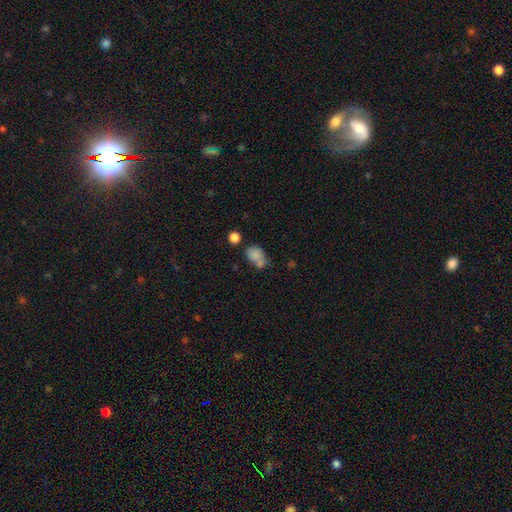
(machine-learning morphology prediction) smooth-or-featured: smooth: 79% | featured or disk: 11% | star or artifact: 11%
  how-rounded: in between: 60% | round: 39% | cigar-shaped: 2%
  merging: merger: 39% | none: 37% | minor disturbance: 16% | major disturbance: 8%